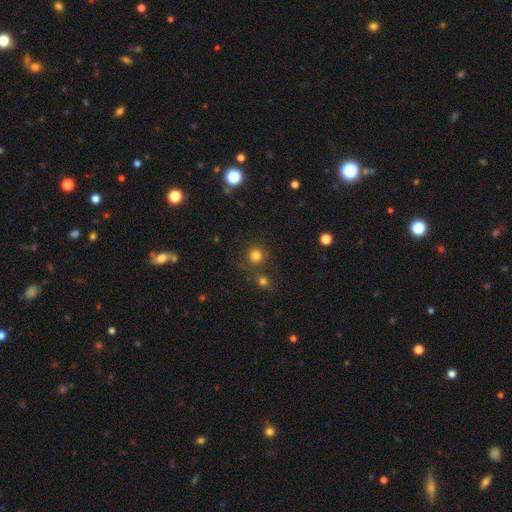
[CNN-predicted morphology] This appears to be a smooth galaxy with no disk features (78%) that is round (91%). Merging: none (73%).